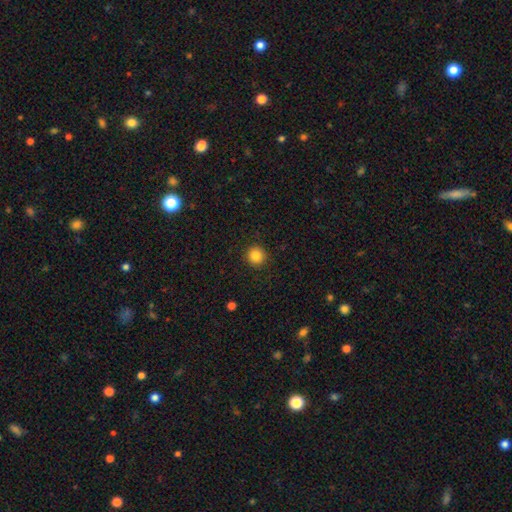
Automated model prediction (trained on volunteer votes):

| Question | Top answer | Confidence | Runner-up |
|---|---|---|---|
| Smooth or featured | smooth | 84% | star or artifact (11%) |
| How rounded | round | 95% | in between (4%) |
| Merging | none | 92% | minor disturbance (5%) |